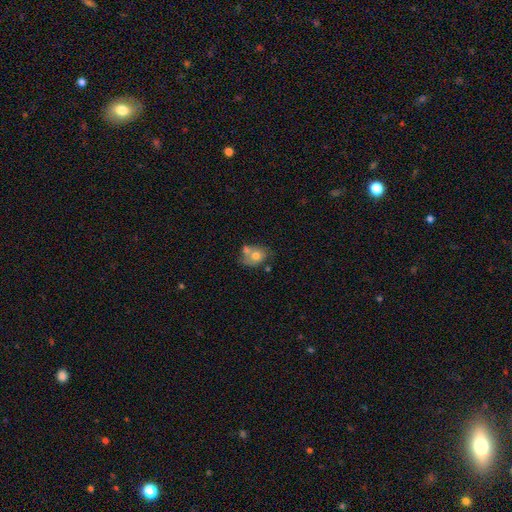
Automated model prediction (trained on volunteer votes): Smooth or featured?
  - smooth: 64% *
  - featured or disk: 27%
  - star or artifact: 9%
How rounded?
  - in between: 56% *
  - round: 43%
  - cigar-shaped: 1%
Merging?
  - merger: 40% *
  - none: 33%
  - minor disturbance: 19%
  - major disturbance: 9%